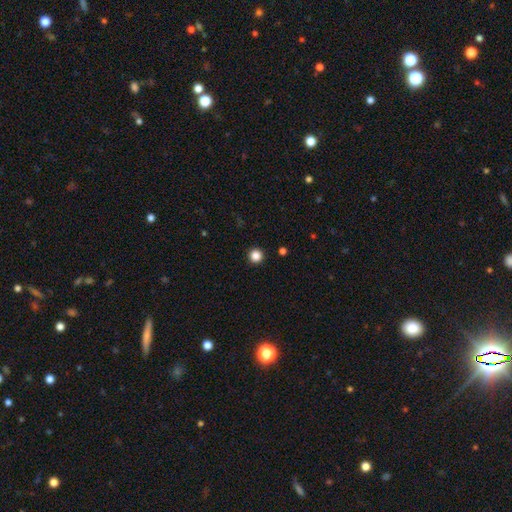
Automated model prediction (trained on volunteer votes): Morphology: type=smooth (86%); roundness=round (96%); merging=none (94%).